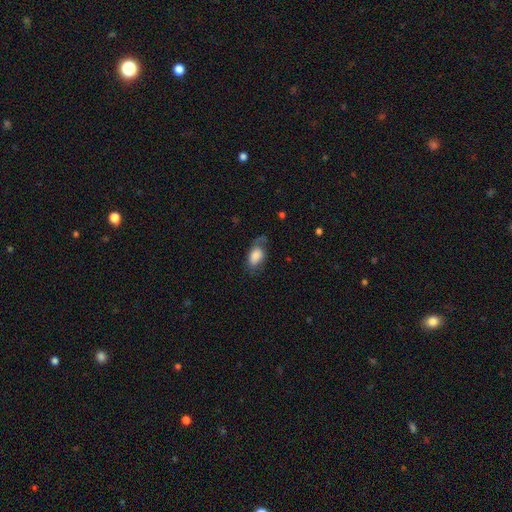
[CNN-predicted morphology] smooth-or-featured: smooth: 74% | featured or disk: 18% | star or artifact: 7%
  how-rounded: in between: 91% | round: 7% | cigar-shaped: 2%
  merging: none: 46% | minor disturbance: 30% | major disturbance: 22% | merger: 2%